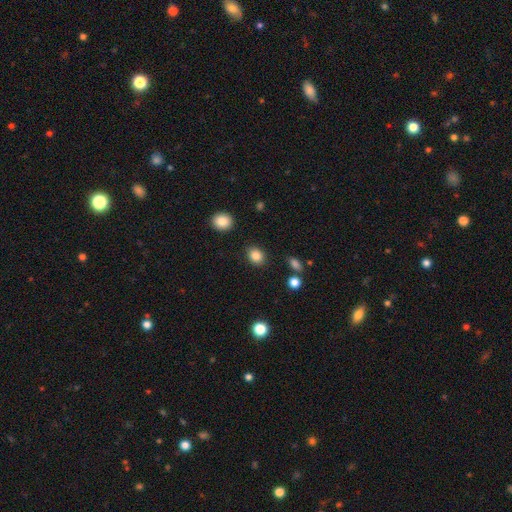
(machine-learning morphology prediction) A smooth galaxy with no disk features (85%) that is in between round and cigar-shaped (52%).

Vote fractions:
- Smooth or featured? smooth: 85% / star or artifact: 10% / featured or disk: 5%
- How rounded? in between: 52% / round: 47% / cigar-shaped: 1%
- Merging? none: 87% / minor disturbance: 8% / major disturbance: 3% / merger: 2%